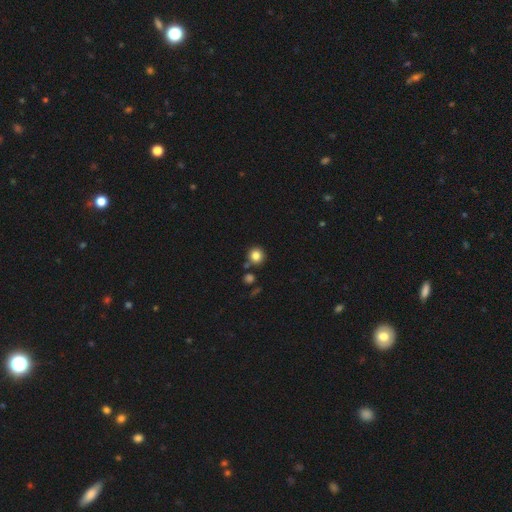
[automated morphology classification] smooth-or-featured: smooth: 83% | star or artifact: 11% | featured or disk: 6%
  how-rounded: round: 92% | in between: 7% | cigar-shaped: 1%
  merging: none: 81% | merger: 9% | minor disturbance: 8% | major disturbance: 2%